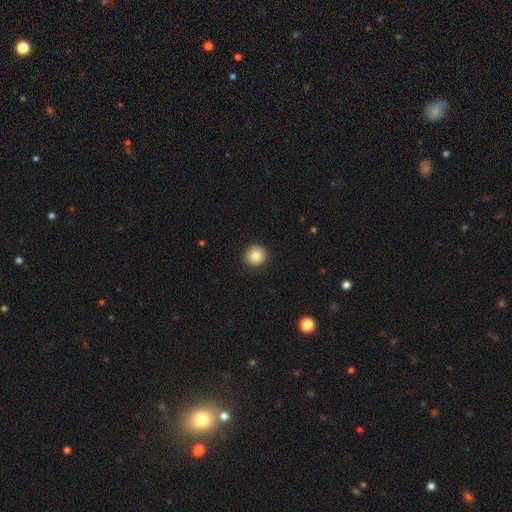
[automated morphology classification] Overall: smooth (85%). How rounded: round (93%). Merging: none (92%).